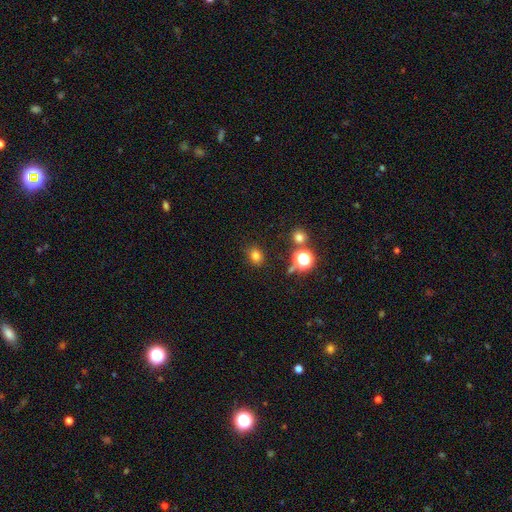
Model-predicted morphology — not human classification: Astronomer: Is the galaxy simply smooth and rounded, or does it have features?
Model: smooth — 77%.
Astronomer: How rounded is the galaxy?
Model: round — 57% (runner-up: in between, 42%).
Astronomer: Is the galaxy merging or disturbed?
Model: none — 84%.